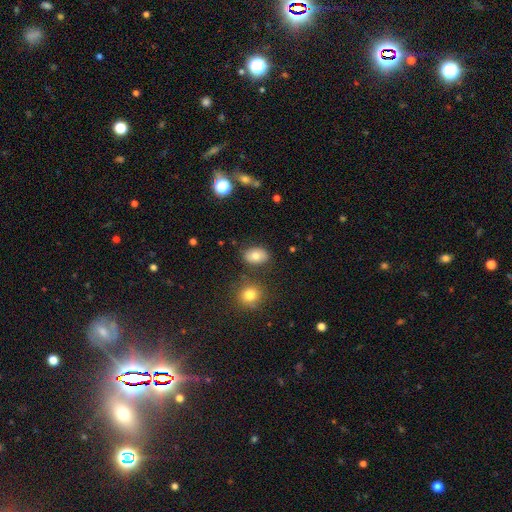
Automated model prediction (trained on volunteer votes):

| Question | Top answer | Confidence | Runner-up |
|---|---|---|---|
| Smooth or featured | smooth | 78% | featured or disk (12%) |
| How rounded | in between | 81% | round (18%) |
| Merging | none | 80% | minor disturbance (12%) |